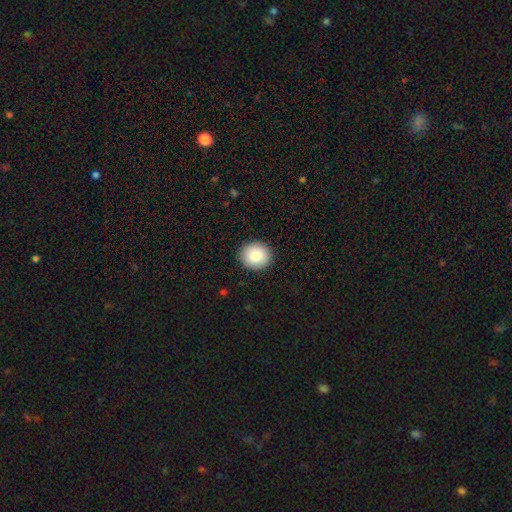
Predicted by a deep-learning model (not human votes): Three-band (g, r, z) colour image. It shows a smooth galaxy with no disk features (85%) that is round (86%). Merging: none (91%).